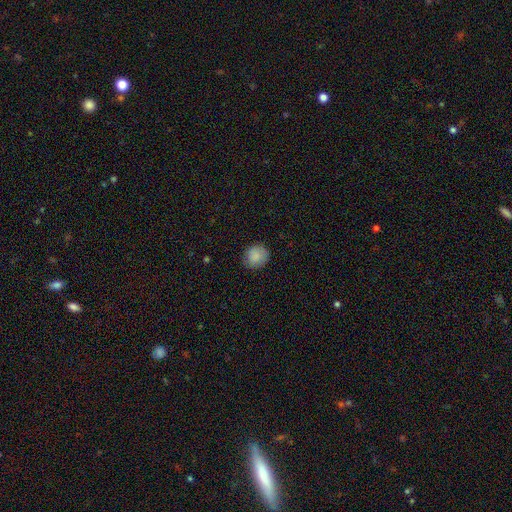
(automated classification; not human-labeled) smooth_or_featured: smooth (p=0.87) [alt: star or artifact p=0.08]
how_rounded: round (p=0.85) [alt: in between p=0.14]
merging: none (p=0.84) [alt: minor disturbance p=0.12]